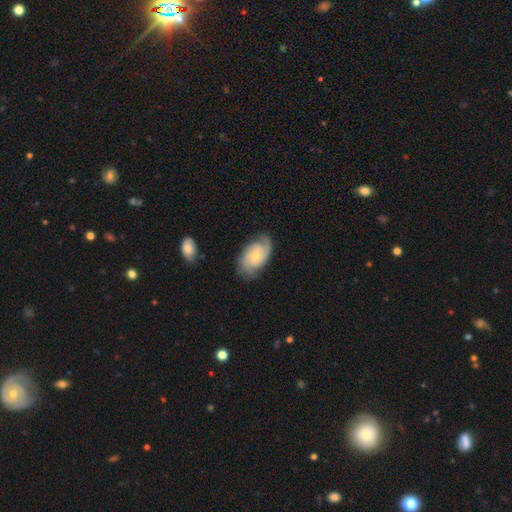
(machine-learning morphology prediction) This appears to be a featured or disk galaxy (69%) with no bar (47%), 2 (60%) medium (43%) spiral arms (94%) and a small central bulge (67%). Merging: none (73%).